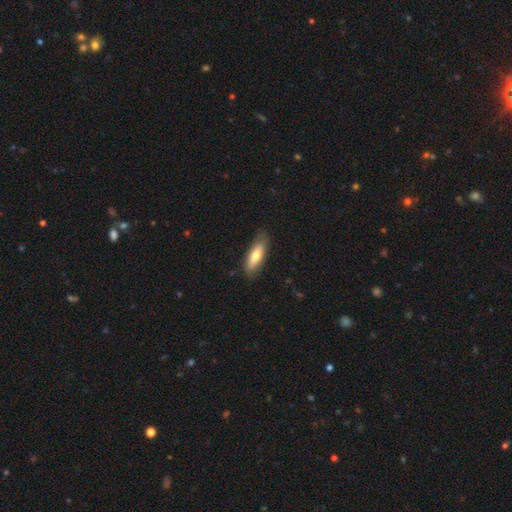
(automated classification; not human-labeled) Smooth or featured: smooth — 71% (featured or disk — 24%)
How rounded: in between — 51% (cigar-shaped — 47%)
Merging: none — 82% (minor disturbance — 14%)